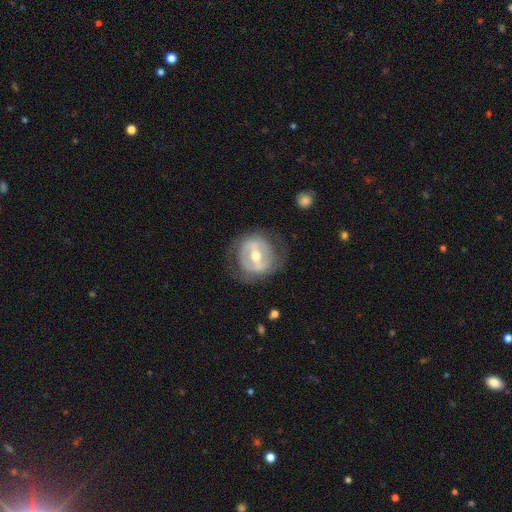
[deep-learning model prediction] Q: Smooth or featured?
A: featured or disk (74%); runner-up: smooth (21%)
Q: Edge-on disk?
A: no (96%); runner-up: yes (4%)
Q: Bar?
A: strong (52%); runner-up: weak (33%)
Q: Spiral arms?
A: no (59%); runner-up: yes (41%)
Q: Bulge size?
A: moderate (72%); runner-up: small (21%)
Q: Merging?
A: none (71%); runner-up: minor disturbance (16%)